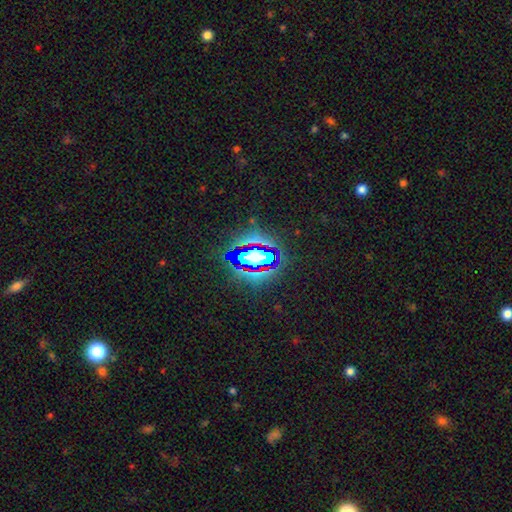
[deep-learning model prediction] A star or artifact, not a galaxy (60%).